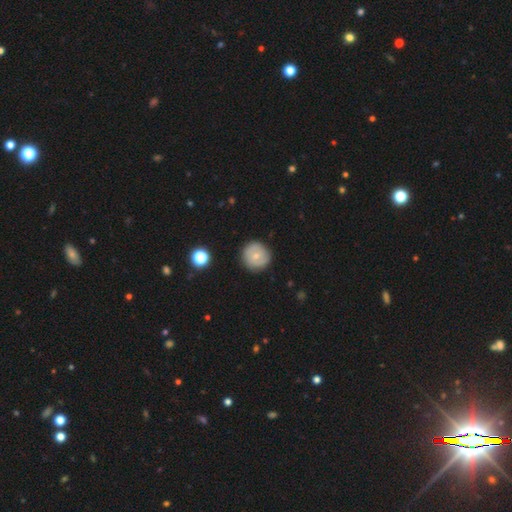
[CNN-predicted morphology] smooth-or-featured: smooth: 53% | featured or disk: 39% | star or artifact: 8%
  how-rounded: round: 94% | in between: 5% | cigar-shaped: 1%
  merging: none: 86% | minor disturbance: 10% | major disturbance: 3% | merger: 1%